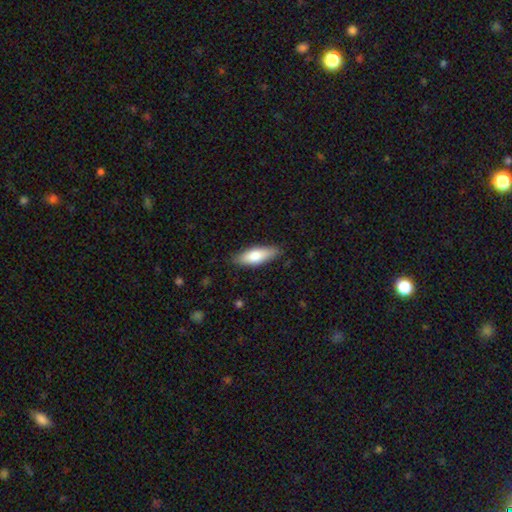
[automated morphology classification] Smooth or featured?
  - smooth: 74% *
  - featured or disk: 20%
  - star or artifact: 6%
How rounded?
  - in between: 59% *
  - cigar-shaped: 39%
  - round: 2%
Merging?
  - none: 85% *
  - minor disturbance: 12%
  - major disturbance: 2%
  - merger: 1%